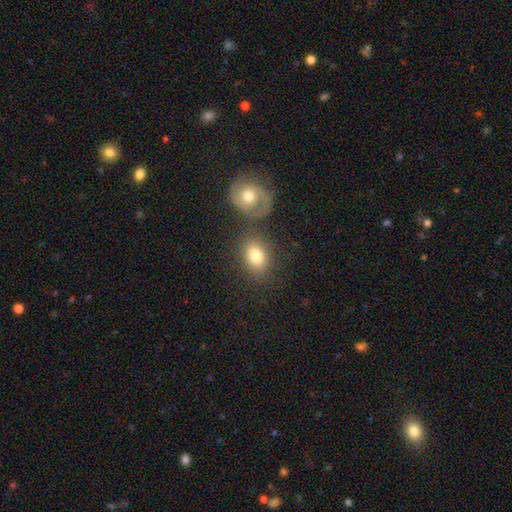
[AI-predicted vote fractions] Smooth or featured?
  - smooth: 75% *
  - featured or disk: 16%
  - star or artifact: 9%
How rounded?
  - in between: 65% *
  - round: 34%
  - cigar-shaped: 1%
Merging?
  - none: 64% *
  - merger: 17%
  - minor disturbance: 13%
  - major disturbance: 6%